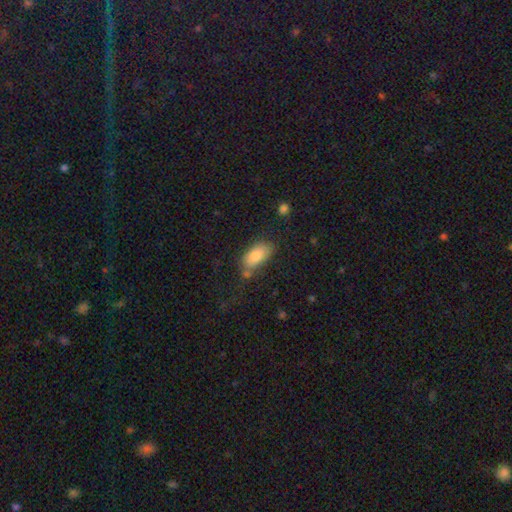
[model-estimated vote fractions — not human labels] smooth 82%, featured or disk 11%, star or artifact 7%. Down the decision tree: how rounded — in between (91%); merging — none (57%).